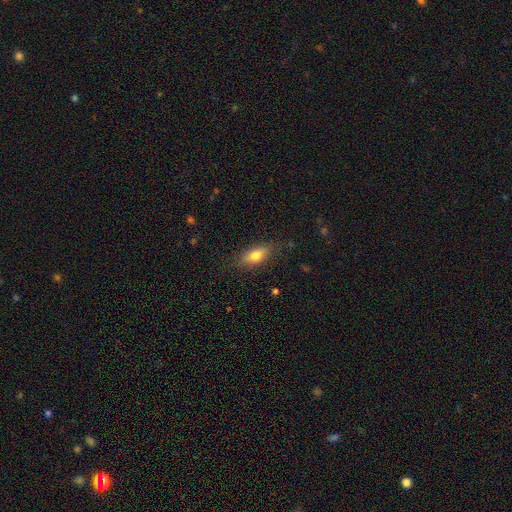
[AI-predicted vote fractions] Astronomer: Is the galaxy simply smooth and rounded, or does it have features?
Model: smooth — 72%.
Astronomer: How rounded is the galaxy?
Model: in between — 74%.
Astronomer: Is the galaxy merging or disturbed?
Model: none — 81%.